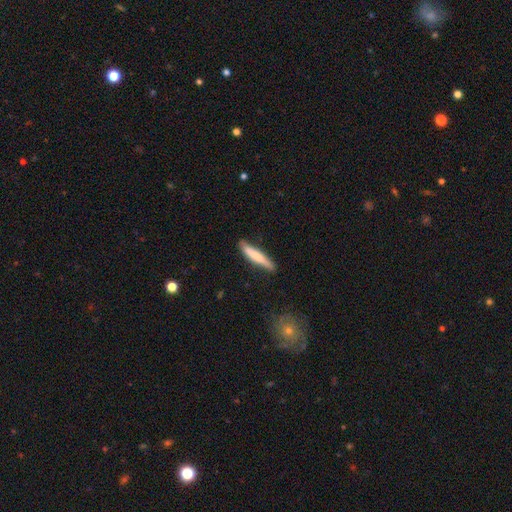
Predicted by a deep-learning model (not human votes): This is likely a smooth galaxy (73%). How rounded: clearly cigar-shaped (91%). Merging: likely none (79%).